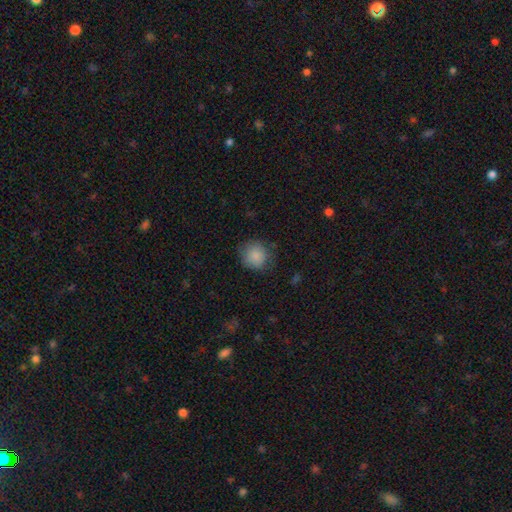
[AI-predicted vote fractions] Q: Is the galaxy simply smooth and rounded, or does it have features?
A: smooth — 86%.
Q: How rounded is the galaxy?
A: round — 88%.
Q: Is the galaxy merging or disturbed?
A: none — 76%.